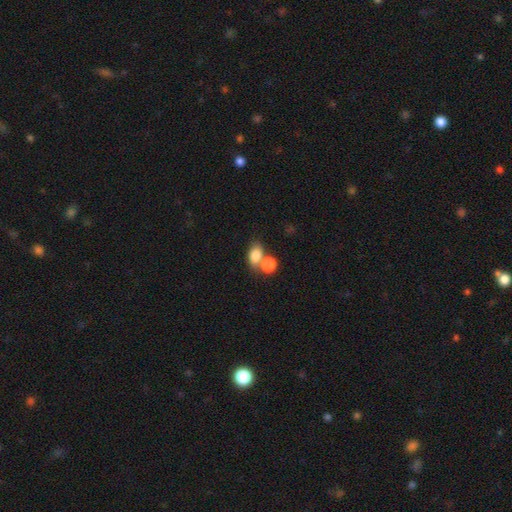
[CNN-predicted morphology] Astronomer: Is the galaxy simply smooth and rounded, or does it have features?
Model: smooth — 82%.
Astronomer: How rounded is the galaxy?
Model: in between — 74%.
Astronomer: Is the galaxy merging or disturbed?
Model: merger — 47% (runner-up: none, 38%).